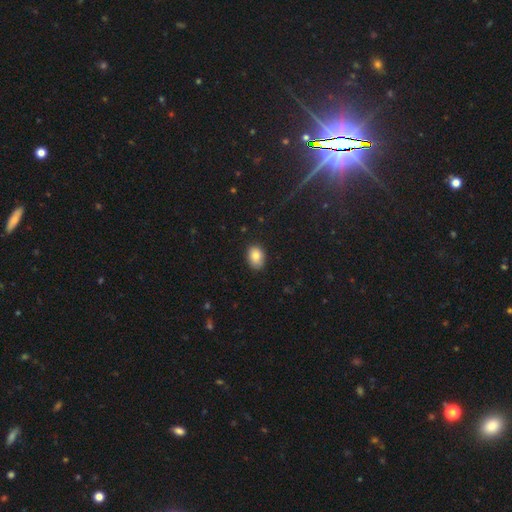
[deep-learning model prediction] Q: Smooth or featured?
A: smooth (83%); runner-up: star or artifact (9%)
Q: How rounded?
A: in between (73%); runner-up: round (26%)
Q: Merging?
A: none (82%); runner-up: minor disturbance (15%)